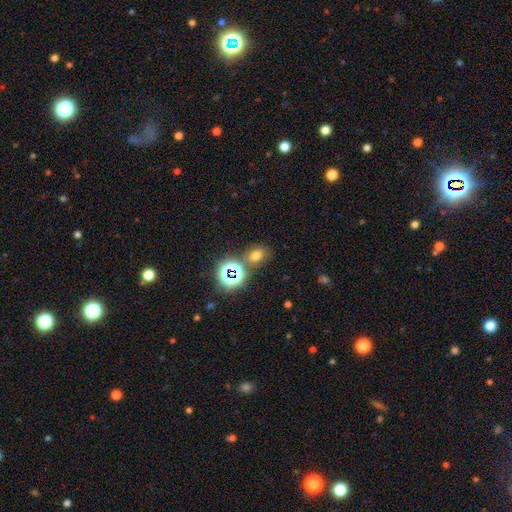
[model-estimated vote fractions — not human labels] Smooth or featured: smooth — 59% (star or artifact — 32%)
How rounded: in between — 62% (round — 36%)
Merging: none — 66% (merger — 16%)